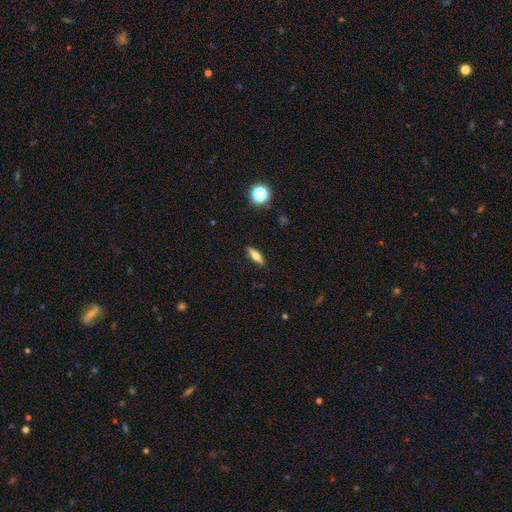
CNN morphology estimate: Q: Smooth or featured?
A: smooth (62%); runner-up: featured or disk (29%)
Q: How rounded?
A: cigar-shaped (54%); runner-up: in between (42%)
Q: Merging?
A: none (89%); runner-up: minor disturbance (8%)